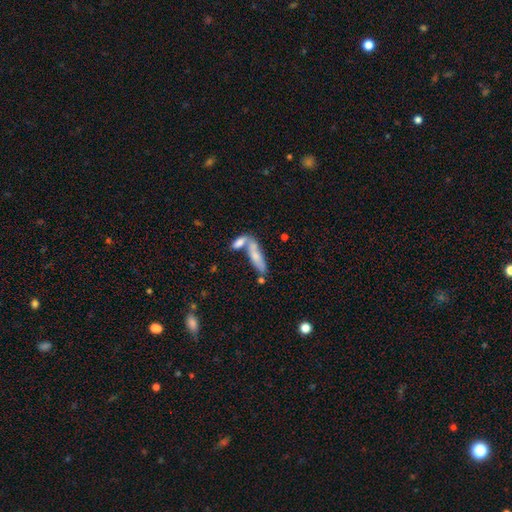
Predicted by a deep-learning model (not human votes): The model was most divided on "how rounded": cigar-shaped: 52%, in between: 46%, round: 2%. Remaining: smooth or featured — smooth (67%); merging — merger (47%).